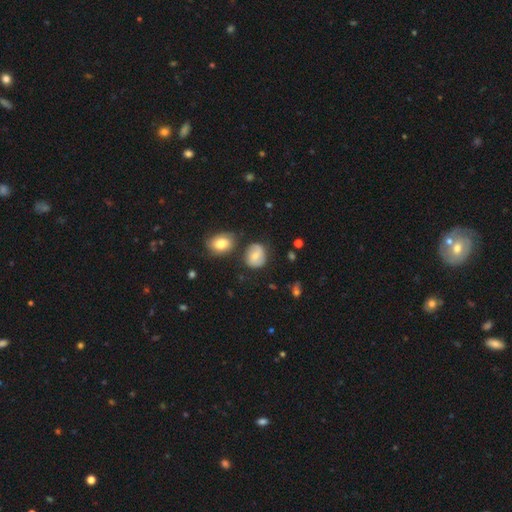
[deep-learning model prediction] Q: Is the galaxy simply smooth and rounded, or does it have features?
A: smooth — 54%.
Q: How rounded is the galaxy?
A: round — 66%.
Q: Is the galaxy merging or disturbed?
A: none — 68%.